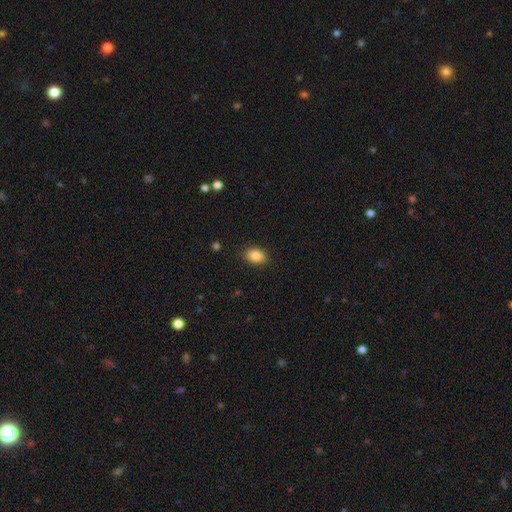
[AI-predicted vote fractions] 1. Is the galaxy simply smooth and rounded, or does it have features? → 87% smooth, 9% star or artifact, 5% featured or disk.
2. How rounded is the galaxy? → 77% in between, 21% round, 1% cigar-shaped.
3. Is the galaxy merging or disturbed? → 87% none, 9% minor disturbance, 2% major disturbance, 1% merger.